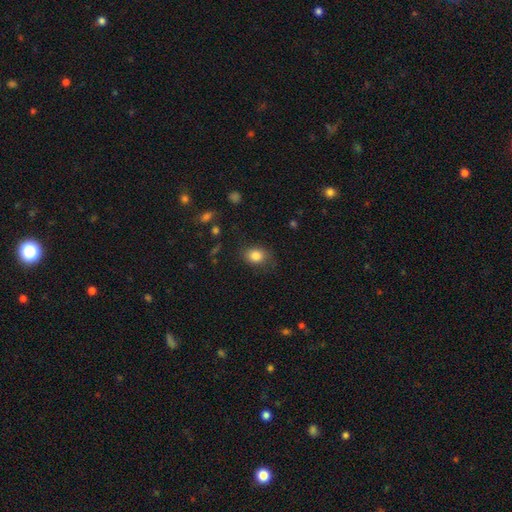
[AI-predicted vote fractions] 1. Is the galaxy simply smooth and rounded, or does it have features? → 83% smooth, 10% star or artifact, 7% featured or disk.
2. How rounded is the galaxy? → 57% in between, 41% round, 1% cigar-shaped.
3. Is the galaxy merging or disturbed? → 75% none, 18% minor disturbance, 6% major disturbance, 1% merger.